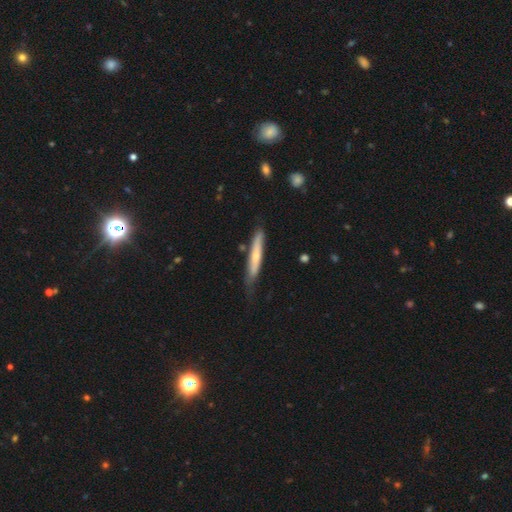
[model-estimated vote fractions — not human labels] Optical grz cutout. It shows a smooth galaxy with no disk features (50%) that is cigar-shaped (92%). Merging: none (64%).